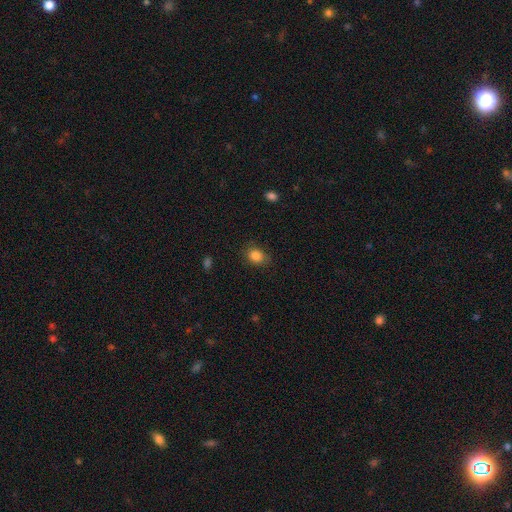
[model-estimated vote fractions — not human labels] smooth 85%, star or artifact 10%, featured or disk 5%. Down the decision tree: how rounded — in between (53%); merging — none (77%).